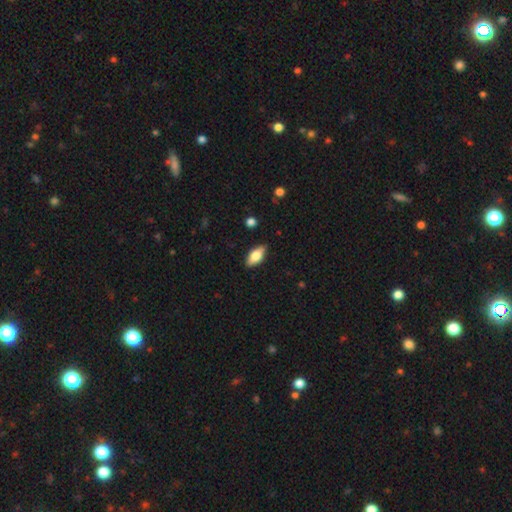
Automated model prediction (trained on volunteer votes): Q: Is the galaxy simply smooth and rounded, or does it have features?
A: smooth — 65%.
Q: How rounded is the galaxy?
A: in between — 84%.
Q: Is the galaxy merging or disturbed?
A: none — 87%.